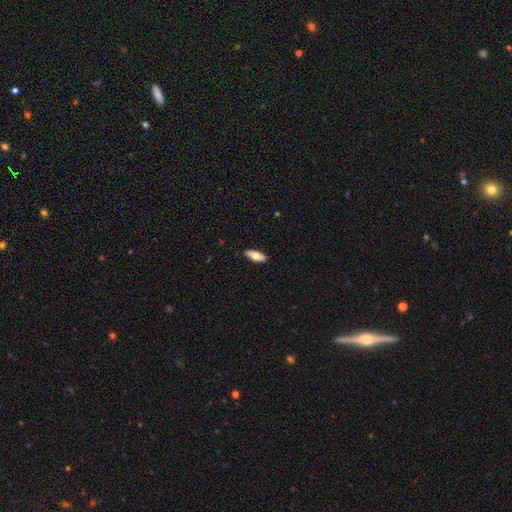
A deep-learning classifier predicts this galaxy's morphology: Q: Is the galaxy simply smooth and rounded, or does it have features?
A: smooth — 67%.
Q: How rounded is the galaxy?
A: in between — 71%.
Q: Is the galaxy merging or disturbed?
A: none — 90%.